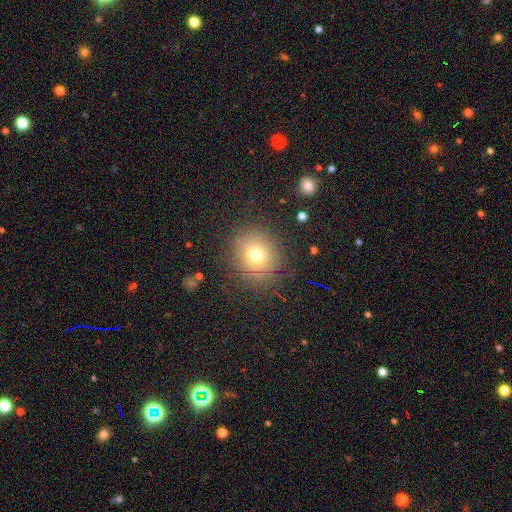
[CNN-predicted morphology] smooth_or_featured: smooth (p=0.71) [alt: star or artifact p=0.17]
how_rounded: round (p=0.89) [alt: in between p=0.10]
merging: none (p=0.84) [alt: minor disturbance p=0.09]